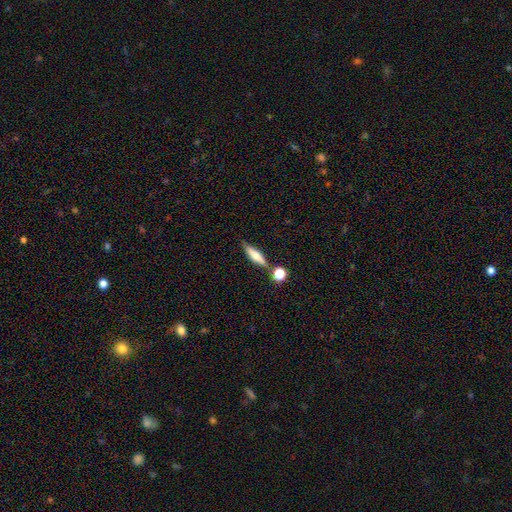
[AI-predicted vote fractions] The model was most divided on "smooth or featured": smooth: 59%, featured or disk: 32%, star or artifact: 9%. More confident: merging — none (72%); how rounded — cigar-shaped (67%).